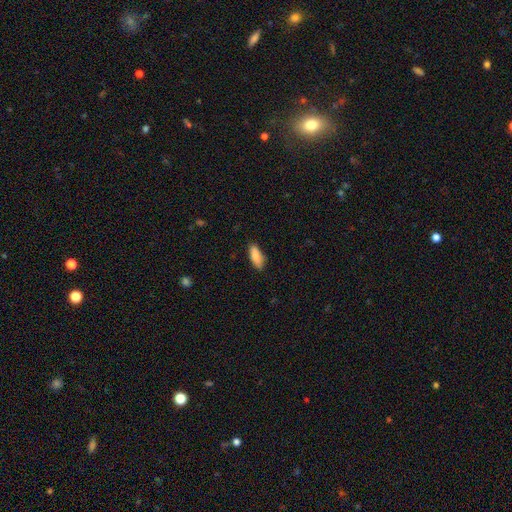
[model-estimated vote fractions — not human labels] Smooth or featured: smooth — 86% (featured or disk — 8%)
How rounded: in between — 68% (cigar-shaped — 30%)
Merging: none — 83% (minor disturbance — 13%)